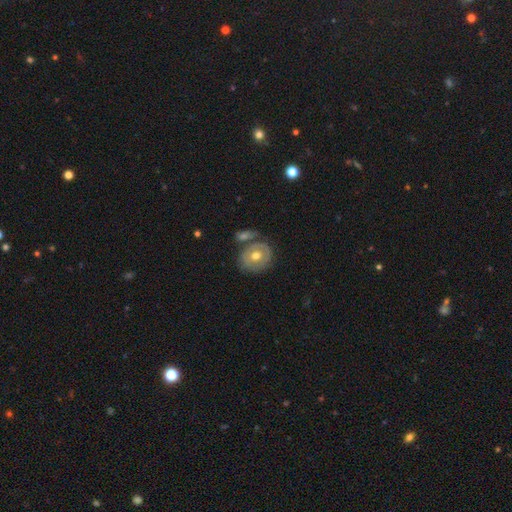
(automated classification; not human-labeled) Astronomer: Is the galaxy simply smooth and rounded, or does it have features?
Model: smooth — 50% (runner-up: featured or disk, 44%).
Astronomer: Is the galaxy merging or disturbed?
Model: none — 63%.